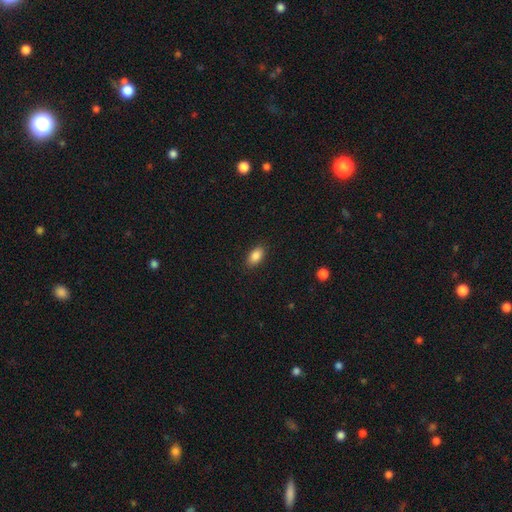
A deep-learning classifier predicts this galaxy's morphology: The model was most divided on "merging": none: 88%, minor disturbance: 9%, major disturbance: 2%, merger: 1%. More confident: how rounded — in between (91%); smooth or featured — smooth (88%).